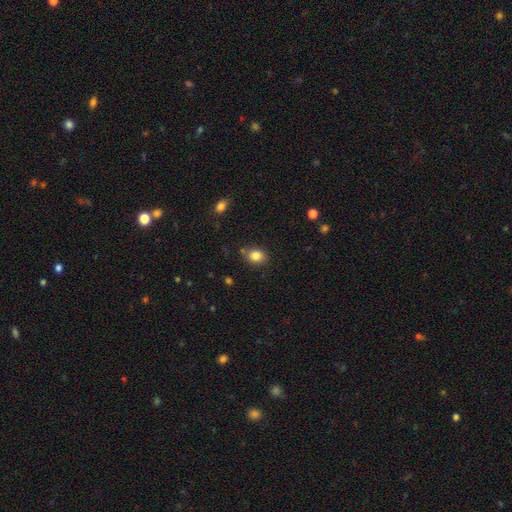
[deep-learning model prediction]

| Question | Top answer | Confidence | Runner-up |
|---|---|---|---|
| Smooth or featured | smooth | 84% | star or artifact (10%) |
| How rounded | in between | 53% | round (46%) |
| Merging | none | 79% | minor disturbance (13%) |